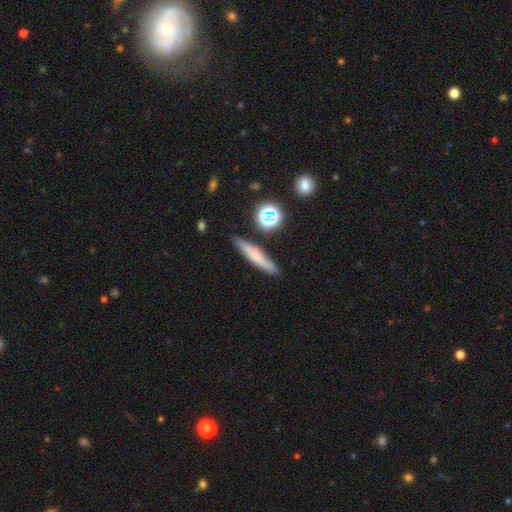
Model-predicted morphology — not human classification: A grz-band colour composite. It shows a smooth galaxy with no disk features (59%) that is cigar-shaped (86%). Merging: none (83%).